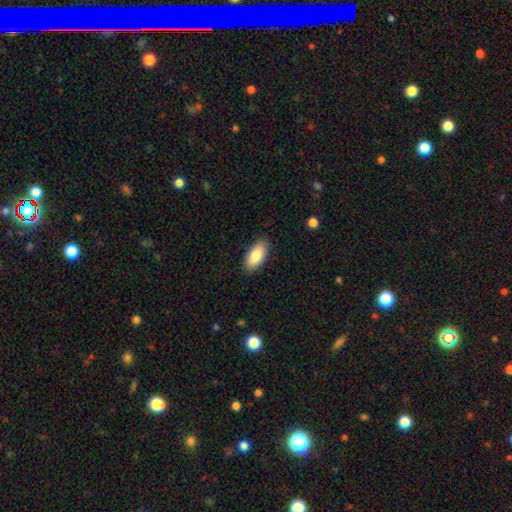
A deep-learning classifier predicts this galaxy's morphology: The model was most divided on "smooth or featured": smooth: 84%, featured or disk: 9%, star or artifact: 6%. More confident: how rounded — in between (92%); merging — none (88%).